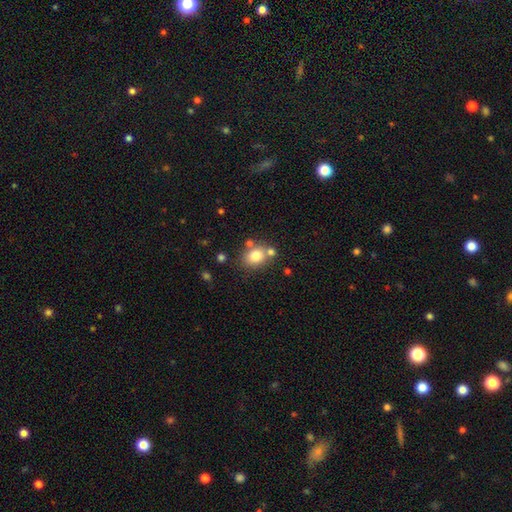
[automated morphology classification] smooth_or_featured: smooth (p=0.79) [alt: star or artifact p=0.10]
how_rounded: in between (p=0.51) [alt: round p=0.48]
merging: none (p=0.66) [alt: merger p=0.17]